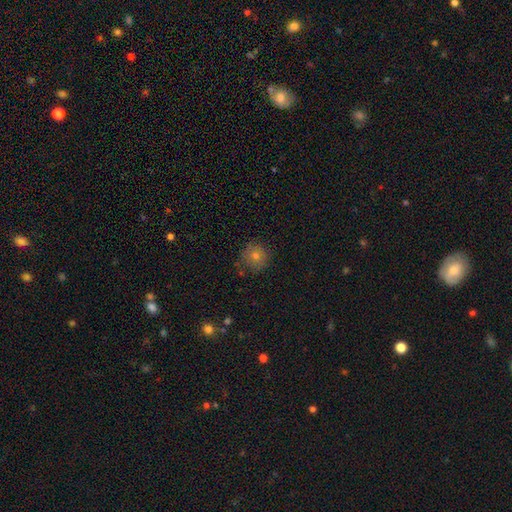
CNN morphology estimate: Overall: smooth (69%). How rounded: round (95%). Merging: none (84%).